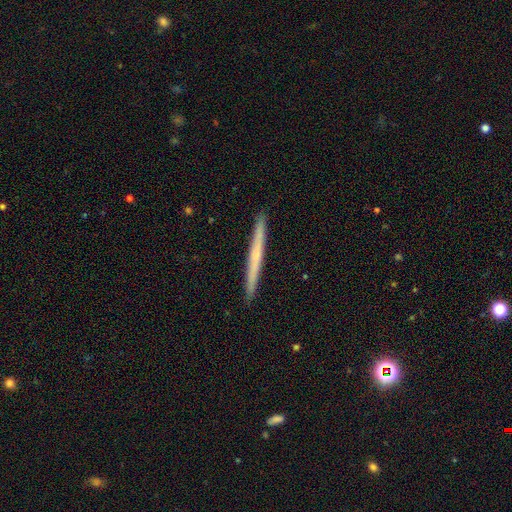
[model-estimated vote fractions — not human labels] Morphology: type=smooth (50%); merging=none (93%).